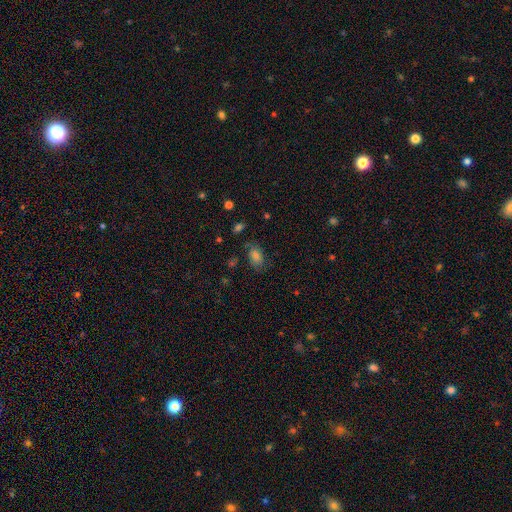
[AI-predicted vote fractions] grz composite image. It shows a smooth galaxy with no disk features (61%) that is in between round and cigar-shaped (85%). Merging: none (72%).